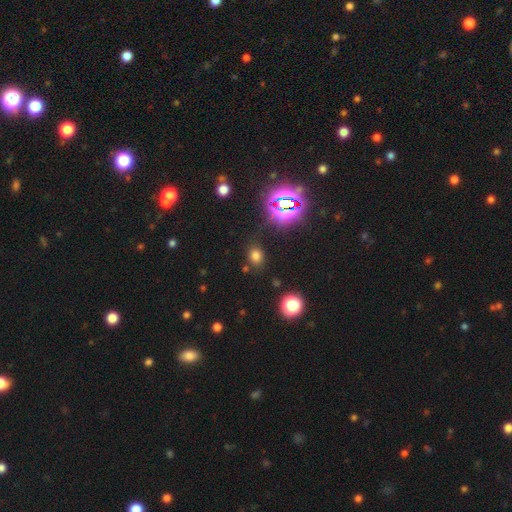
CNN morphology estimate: Smooth or featured? Predicted: smooth (p=0.65). How rounded? Predicted: round (p=0.52). Merging? Predicted: none (p=0.81).